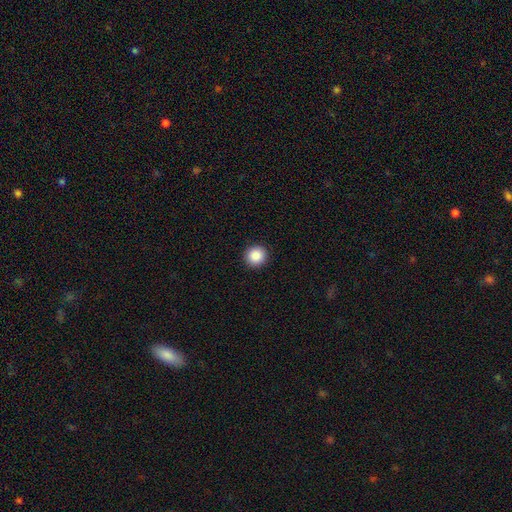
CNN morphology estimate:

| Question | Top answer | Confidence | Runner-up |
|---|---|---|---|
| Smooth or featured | smooth | 88% | star or artifact (9%) |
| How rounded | round | 93% | in between (6%) |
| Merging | none | 93% | minor disturbance (5%) |